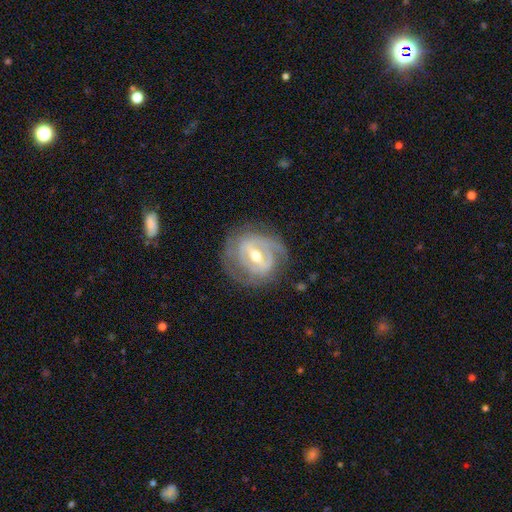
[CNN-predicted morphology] A featured or disk galaxy (83%) with a strong bar (49%), 2 (49%) tight (63%) spiral arms (79%) and a moderate central bulge (70%). Merging: none (74%).